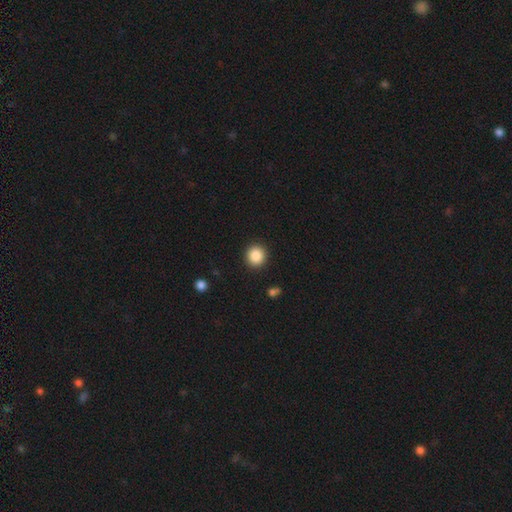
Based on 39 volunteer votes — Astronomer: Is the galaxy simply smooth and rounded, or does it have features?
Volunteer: smooth — 87%.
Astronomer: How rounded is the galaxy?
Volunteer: round — 94%.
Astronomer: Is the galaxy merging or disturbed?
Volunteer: none — 92%.